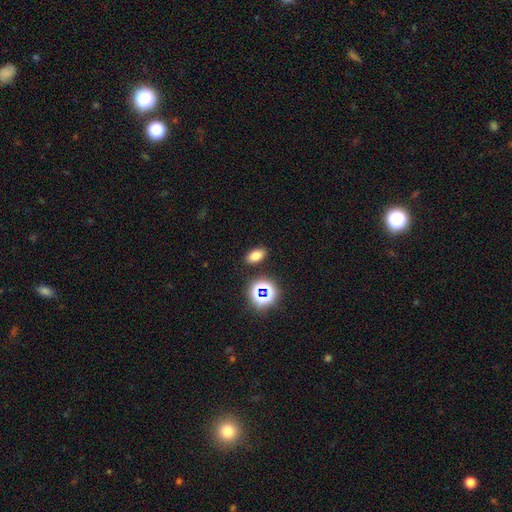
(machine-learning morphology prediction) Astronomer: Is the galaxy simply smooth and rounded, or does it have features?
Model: smooth — 72%.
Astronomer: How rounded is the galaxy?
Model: in between — 85%.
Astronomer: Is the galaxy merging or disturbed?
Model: none — 88%.